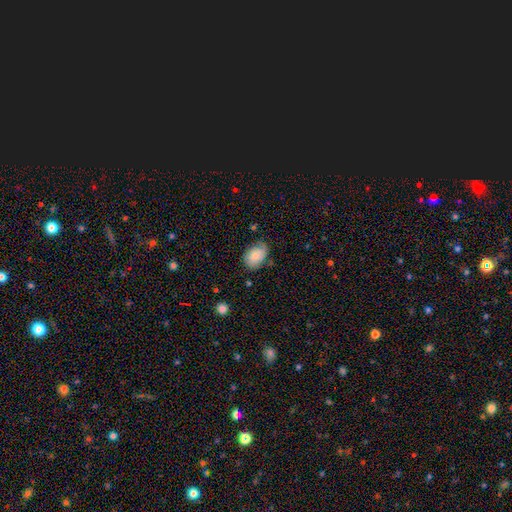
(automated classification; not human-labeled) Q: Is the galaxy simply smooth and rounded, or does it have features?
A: smooth — 74%.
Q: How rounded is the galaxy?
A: in between — 81%.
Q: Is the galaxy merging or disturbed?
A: none — 64%.